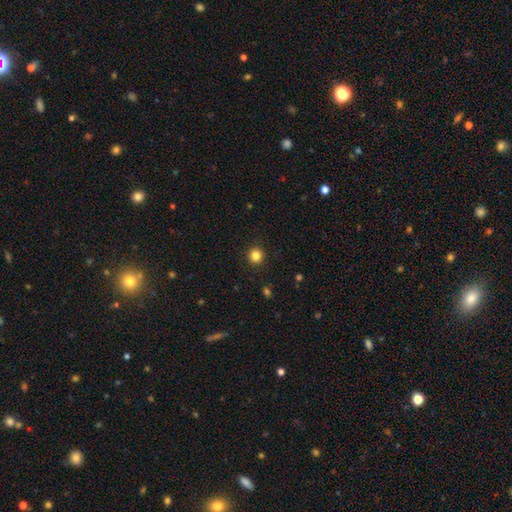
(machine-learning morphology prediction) Smooth or featured? Predicted: smooth (p=0.84). How rounded? Predicted: round (p=0.93). Merging? Predicted: none (p=0.92).